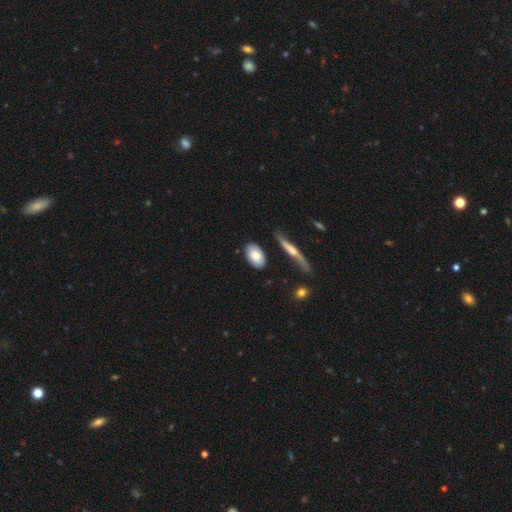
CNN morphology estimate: The model was most divided on "smooth or featured": smooth: 77%, featured or disk: 17%, star or artifact: 6%. More confident: how rounded — in between (90%); merging — none (77%).